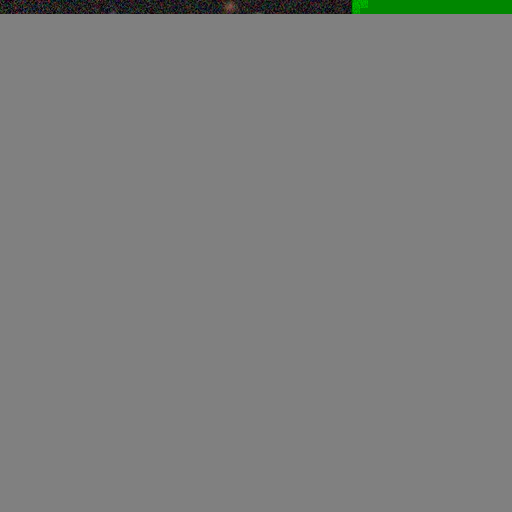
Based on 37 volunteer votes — Smooth or featured?
  - smooth: 57% *
  - featured or disk: 38%
  - star or artifact: 5%
How rounded?
  - in between: 67% *
  - cigar-shaped: 24%
  - round: 10%
Merging?
  - none: 54% *
  - minor disturbance: 31%
  - major disturbance: 9%
  - merger: 6%